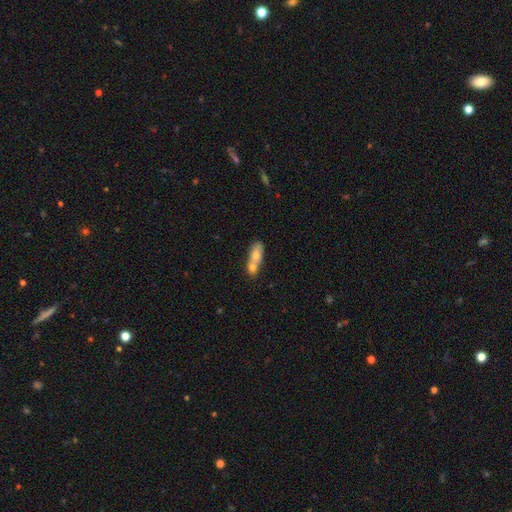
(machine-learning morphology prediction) type=smooth (65%); roundness=in between (64%); merging=merger (59%).